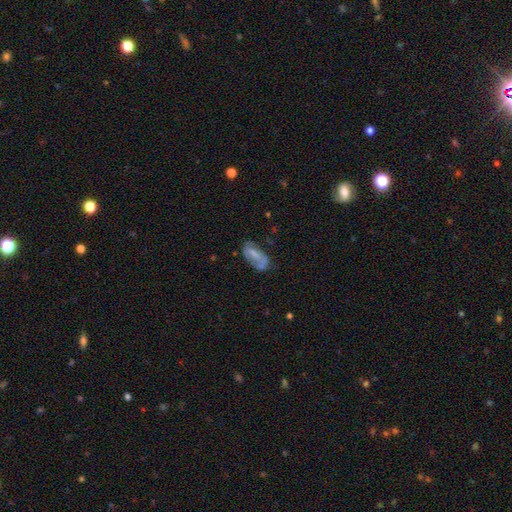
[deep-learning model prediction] Q: Smooth or featured?
A: smooth (47%); runner-up: featured or disk (43%)
Q: Merging?
A: none (52%); runner-up: minor disturbance (27%)